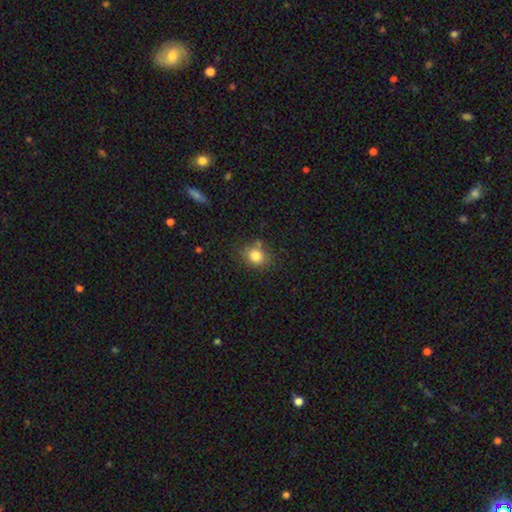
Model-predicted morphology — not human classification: smooth_or_featured: smooth (p=0.82) [alt: star or artifact p=0.11]
how_rounded: round (p=0.59) [alt: in between p=0.40]
merging: none (p=0.74) [alt: minor disturbance p=0.16]